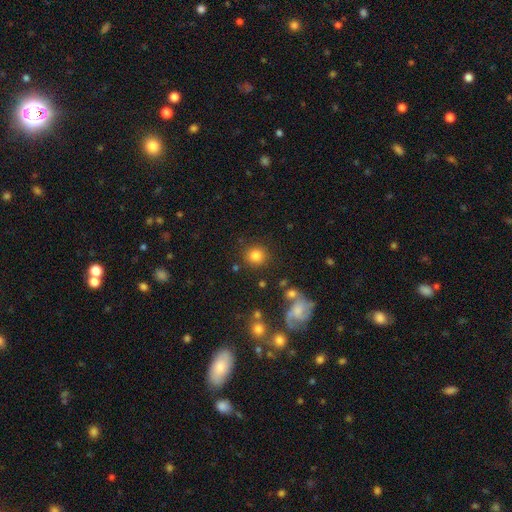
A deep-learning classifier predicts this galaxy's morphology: Q: Smooth or featured?
A: smooth (82%); runner-up: star or artifact (11%)
Q: How rounded?
A: round (89%); runner-up: in between (10%)
Q: Merging?
A: none (86%); runner-up: minor disturbance (7%)